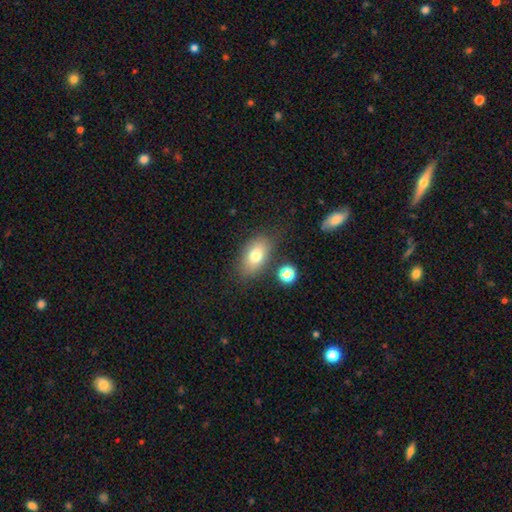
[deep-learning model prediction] A smooth galaxy with no disk features (76%) that is in between round and cigar-shaped (88%). Merging: none (78%).